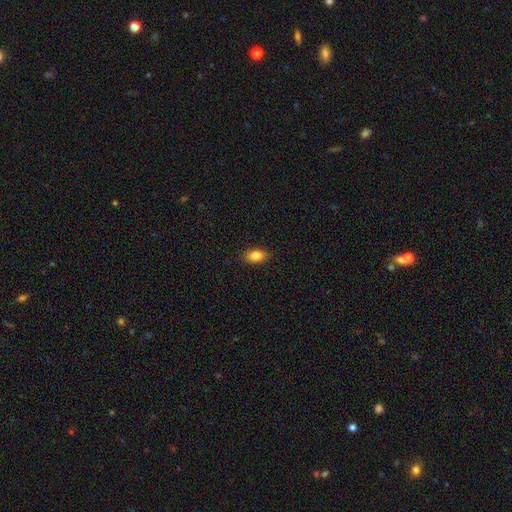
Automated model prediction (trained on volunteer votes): Q: Smooth or featured?
A: smooth (85%); runner-up: star or artifact (8%)
Q: How rounded?
A: in between (87%); runner-up: round (10%)
Q: Merging?
A: none (87%); runner-up: minor disturbance (9%)